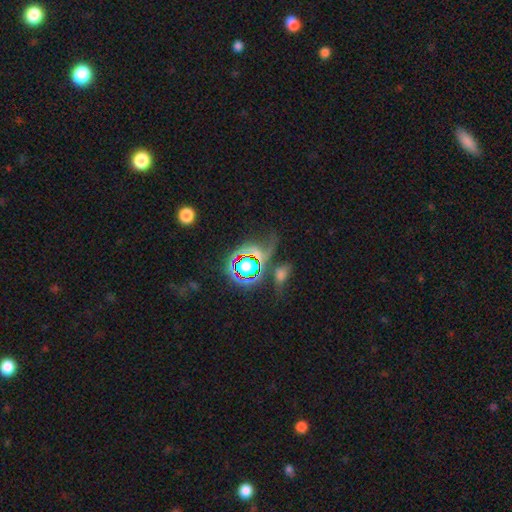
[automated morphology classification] type=star or artifact (66%).